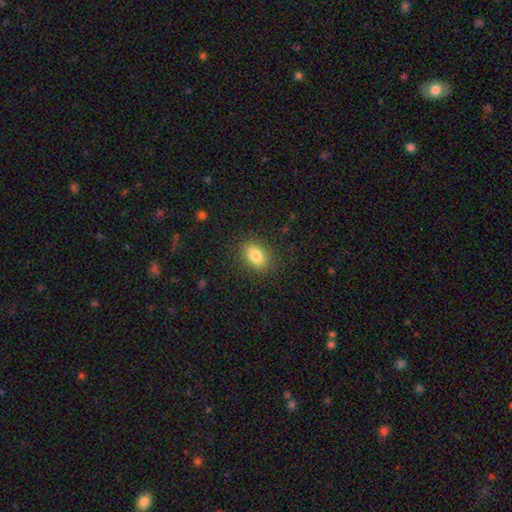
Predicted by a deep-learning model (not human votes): This is clearly a smooth galaxy (83%). How rounded: clearly in between (81%). Merging: clearly none (86%).